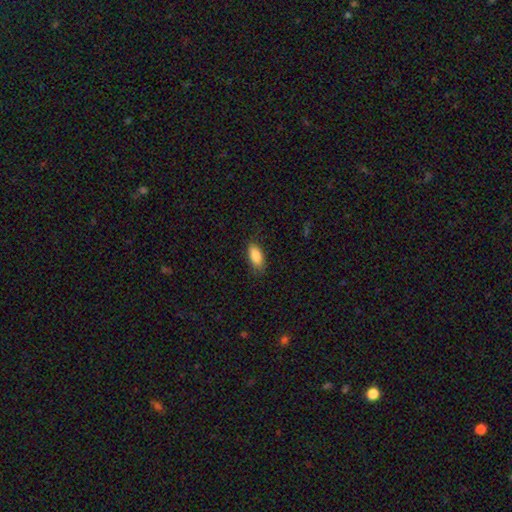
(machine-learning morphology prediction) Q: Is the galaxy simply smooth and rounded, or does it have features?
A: smooth — 87%.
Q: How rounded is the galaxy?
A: in between — 88%.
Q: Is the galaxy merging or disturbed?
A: none — 82%.